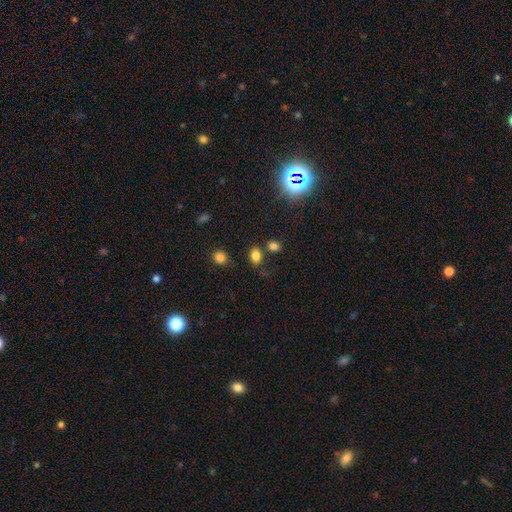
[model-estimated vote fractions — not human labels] A smooth galaxy with no disk features (80%) that is in between round and cigar-shaped (74%). Merging: none (71%).